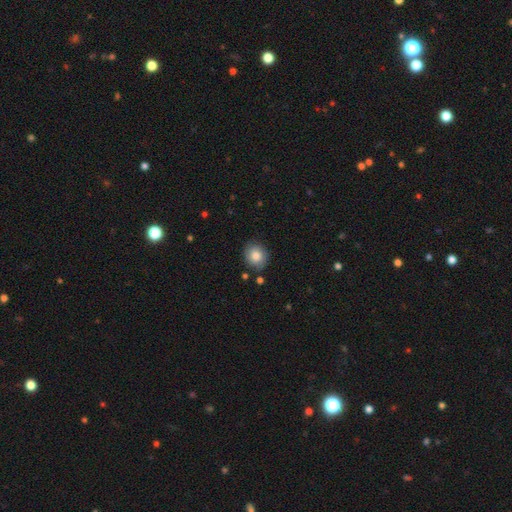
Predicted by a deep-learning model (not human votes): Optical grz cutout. It shows a smooth galaxy with no disk features (84%) that is round (72%). Merging: none (84%).